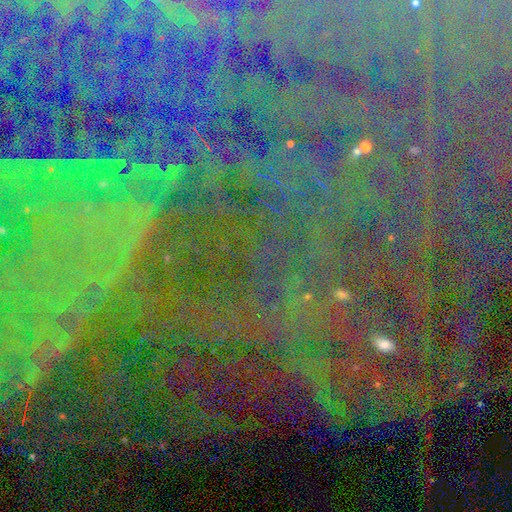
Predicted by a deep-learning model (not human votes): Smooth or featured? star or artifact (85%)